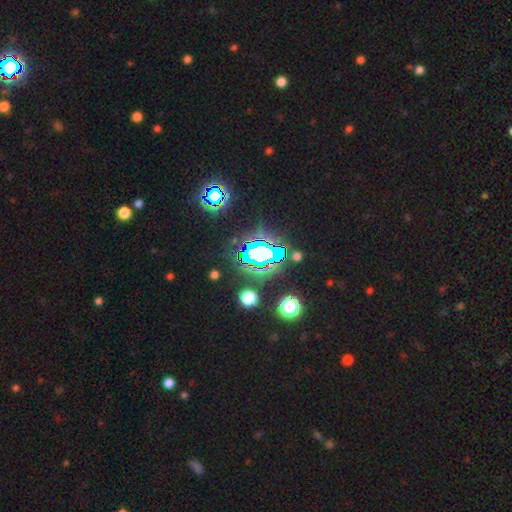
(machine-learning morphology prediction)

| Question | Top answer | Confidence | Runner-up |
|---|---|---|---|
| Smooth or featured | star or artifact | 67% | smooth (18%) |